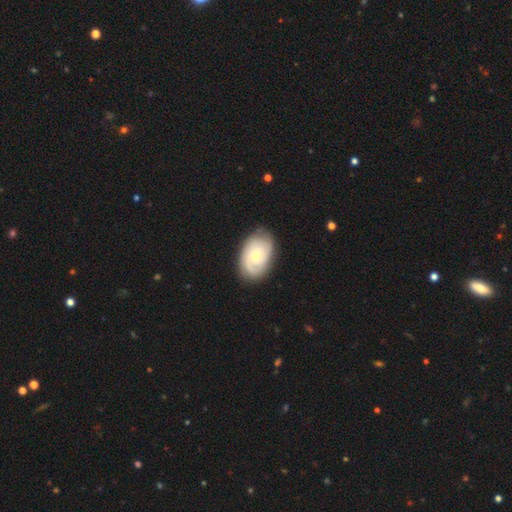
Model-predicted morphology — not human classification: The model was most divided on "bulge size": moderate: 48%, small: 47%, large: 3%, none: 1%, dominant: 1%. Remaining: edge-on disk — no (96%); spiral arms — yes (91%); merging — none (77%); smooth or featured — featured or disk (71%); bar — no (69%); spiral winding — tight (67%); spiral arm count — 2 (35%).